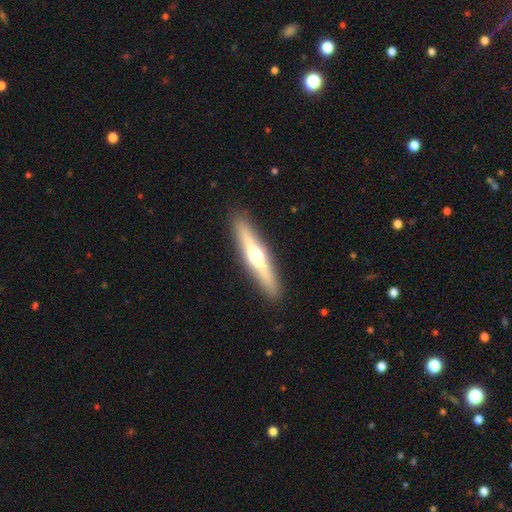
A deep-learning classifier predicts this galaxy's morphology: Smooth or featured? Predicted: featured or disk (p=0.59). Edge-on disk? Predicted: yes (p=0.93). Edge-on bulge? Predicted: rounded (p=0.94). Merging? Predicted: none (p=0.91).